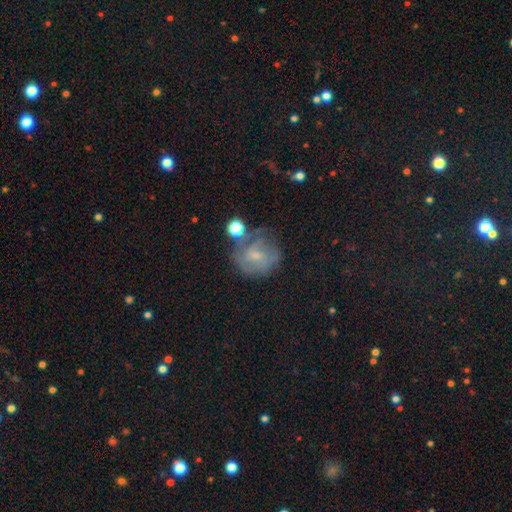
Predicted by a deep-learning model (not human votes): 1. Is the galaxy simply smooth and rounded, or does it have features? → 45% smooth, 41% featured or disk, 14% star or artifact.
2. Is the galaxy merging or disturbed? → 52% none, 23% minor disturbance, 15% major disturbance, 10% merger.